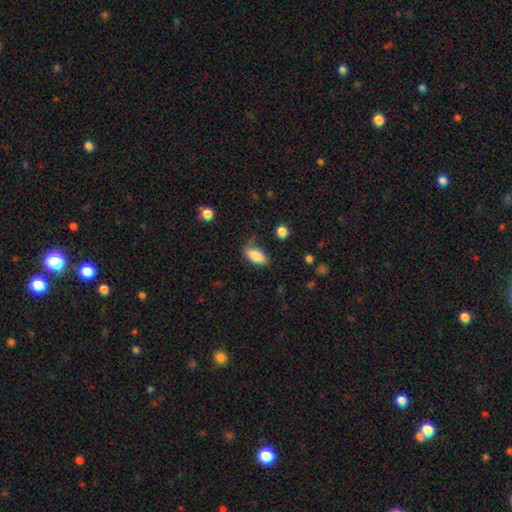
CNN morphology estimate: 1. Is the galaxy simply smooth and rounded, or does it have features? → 86% smooth, 7% star or artifact, 7% featured or disk.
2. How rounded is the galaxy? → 86% in between, 11% cigar-shaped, 3% round.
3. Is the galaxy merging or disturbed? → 69% none, 22% minor disturbance, 6% major disturbance, 2% merger.